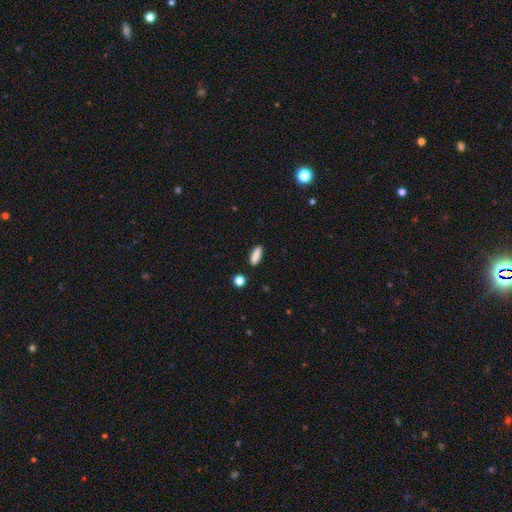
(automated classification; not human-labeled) A smooth galaxy with no disk features (87%) that is in between round and cigar-shaped (53%). Merging: none (86%).